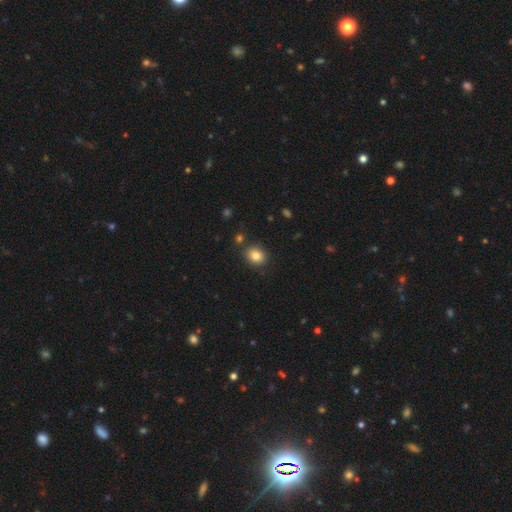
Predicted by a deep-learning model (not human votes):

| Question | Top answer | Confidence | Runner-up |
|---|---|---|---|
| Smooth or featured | smooth | 83% | star or artifact (11%) |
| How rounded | round | 66% | in between (33%) |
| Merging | none | 86% | minor disturbance (8%) |